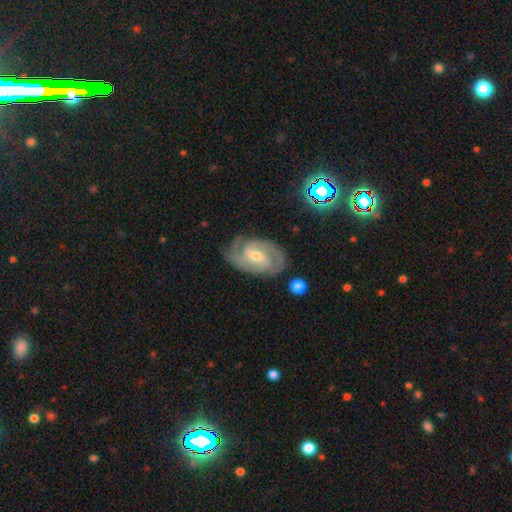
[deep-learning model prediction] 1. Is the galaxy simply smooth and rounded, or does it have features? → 89% featured or disk, 6% smooth, 5% star or artifact.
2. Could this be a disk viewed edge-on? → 97% no, 3% yes.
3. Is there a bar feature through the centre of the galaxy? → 51% weak, 29% no, 21% strong.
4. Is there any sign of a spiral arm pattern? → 98% yes, 2% no.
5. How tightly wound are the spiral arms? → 53% tight, 40% medium, 7% loose.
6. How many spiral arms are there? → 41% 2, 33% 3, 12% can't tell, 6% 4, 4% 1, 4% more than 4.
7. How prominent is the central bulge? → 49% small, 48% moderate, 2% large, 1% none, 1% dominant.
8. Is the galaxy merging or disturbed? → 76% none, 17% minor disturbance, 5% major disturbance, 2% merger.